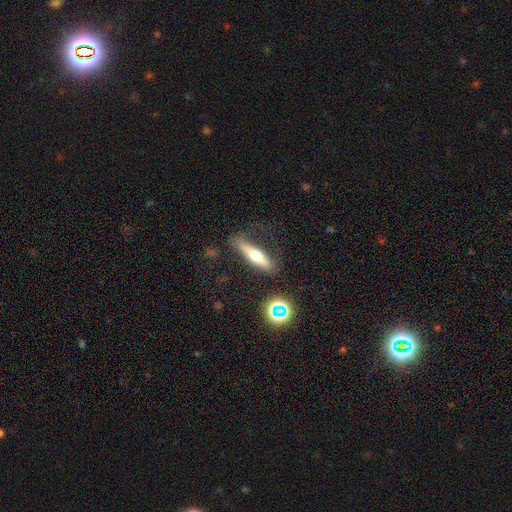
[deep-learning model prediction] A featured or disk galaxy (46%).

Vote fractions:
- Smooth or featured? featured or disk: 46% / smooth: 45% / star or artifact: 9%
- Merging? none: 76% / minor disturbance: 16% / major disturbance: 5% / merger: 3%